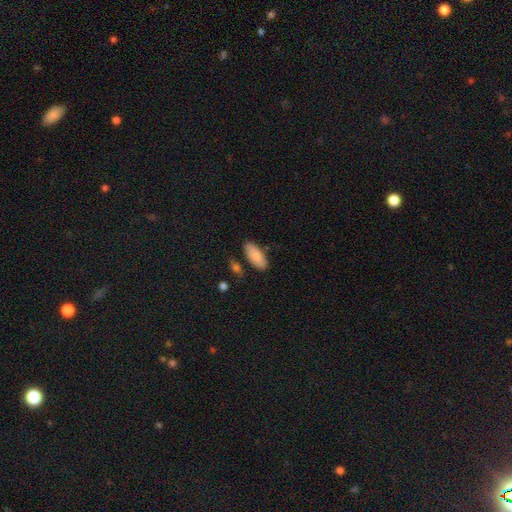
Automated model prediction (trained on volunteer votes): A smooth galaxy with no disk features (87%) that is in between round and cigar-shaped (85%). Merging: none (80%).